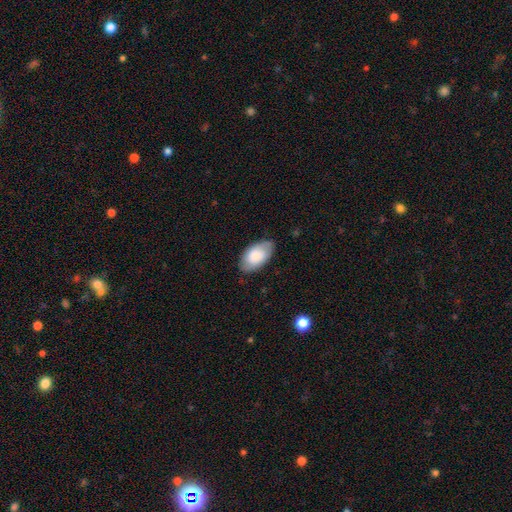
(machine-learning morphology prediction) A smooth galaxy with no disk features (76%) that is in between round and cigar-shaped (95%).

Vote fractions:
- Smooth or featured? smooth: 76% / featured or disk: 17% / star or artifact: 6%
- How rounded? in between: 95% / round: 4% / cigar-shaped: 1%
- Merging? none: 79% / minor disturbance: 16% / major disturbance: 3% / merger: 1%